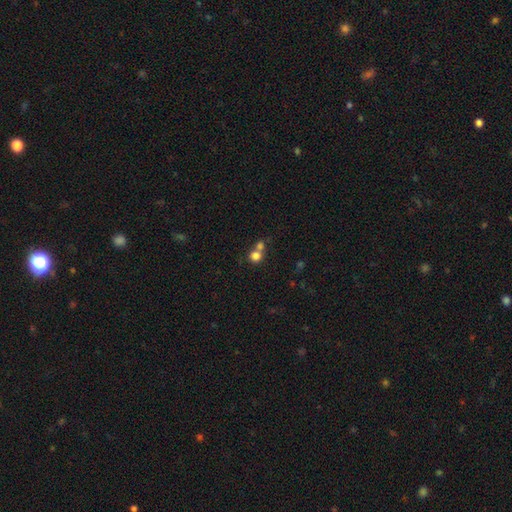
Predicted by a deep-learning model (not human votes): Smooth or featured? smooth (78%)
How rounded? round (87%)
Merging? merger (48%)